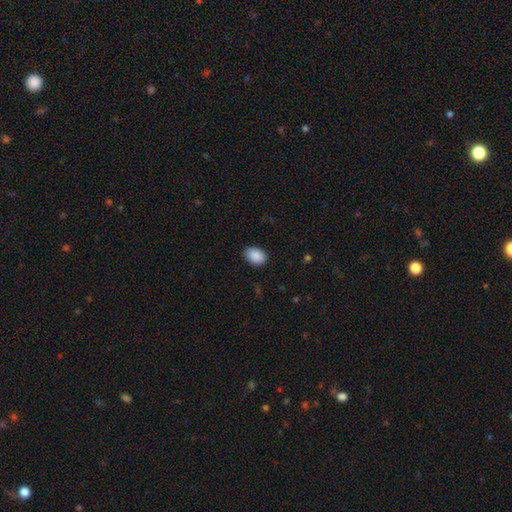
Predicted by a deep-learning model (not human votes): This is clearly a smooth galaxy (90%). How rounded: clearly in between (81%). Merging: clearly none (87%).